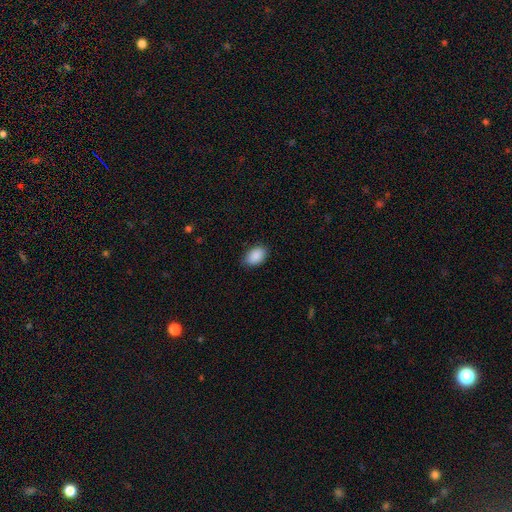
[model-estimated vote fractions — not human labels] Smooth or featured? Predicted: smooth (p=0.90). How rounded? Predicted: in between (p=0.88). Merging? Predicted: none (p=0.82).